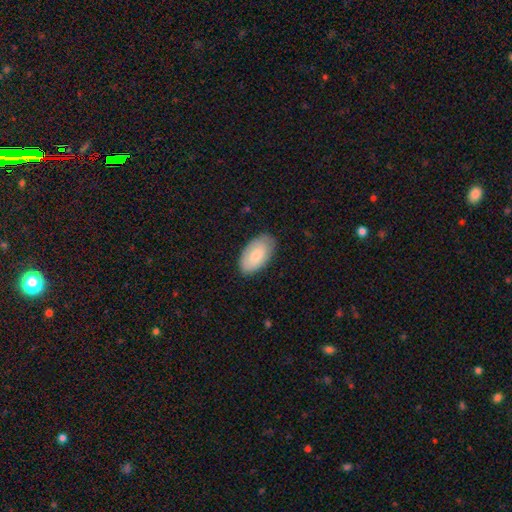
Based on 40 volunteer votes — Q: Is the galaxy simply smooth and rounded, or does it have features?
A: smooth — 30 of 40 (75%).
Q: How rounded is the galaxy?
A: in between — 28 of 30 (93%).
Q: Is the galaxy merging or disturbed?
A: none — 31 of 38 (82%).